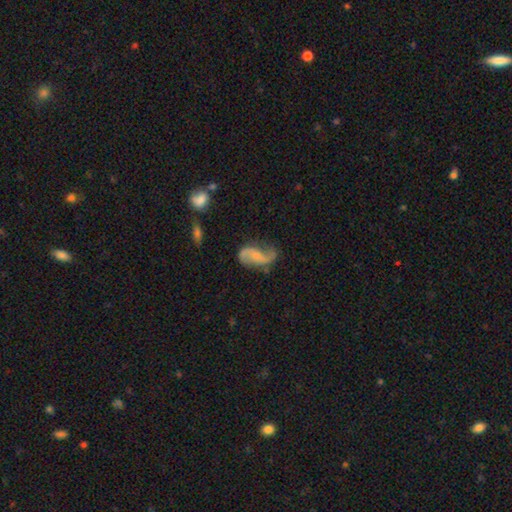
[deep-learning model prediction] Overall: featured or disk (79%). Edge-on disk: no (97%). Bar: no (52%; weak 36%). Spiral arms: yes (94%). Spiral arm count: 2 (91%). Spiral winding: loose (77%). Bulge size: small (47%; none 32%). Merging: none (63%).